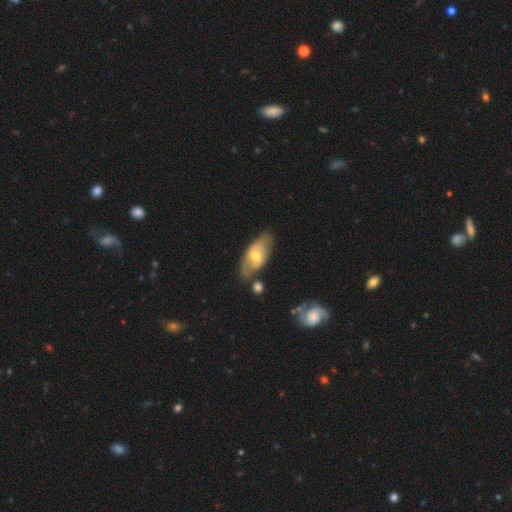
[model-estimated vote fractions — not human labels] Smooth or featured: featured or disk — 53% (smooth — 41%)
Edge-on disk: no — 85% (yes — 15%)
Merging: none — 58% (minor disturbance — 24%)